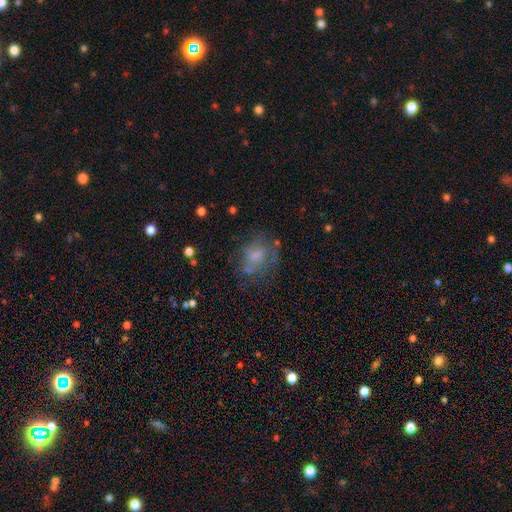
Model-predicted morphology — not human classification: Smooth or featured? Predicted: smooth (p=0.50). Merging? Predicted: none (p=0.46).